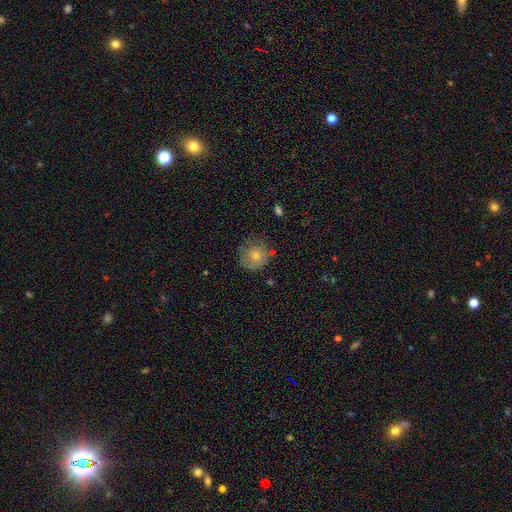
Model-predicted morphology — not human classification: Overall: smooth (50%; featured or disk 38%). Merging: none (72%).